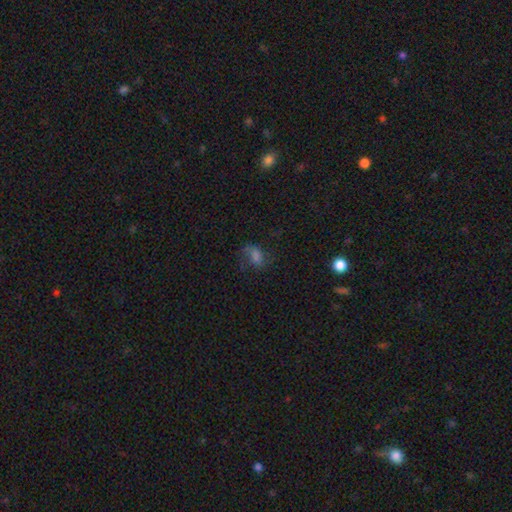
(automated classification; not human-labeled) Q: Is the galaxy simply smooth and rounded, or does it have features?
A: smooth — 47%.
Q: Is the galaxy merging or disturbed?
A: none — 52%.